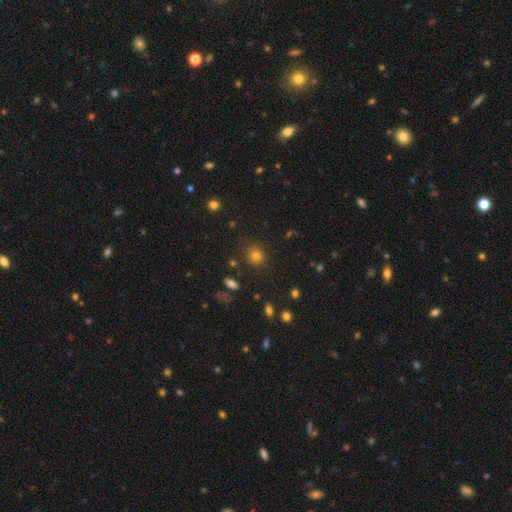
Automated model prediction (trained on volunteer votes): A smooth galaxy with no disk features (76%) that is round (83%).

Vote fractions:
- Smooth or featured? smooth: 76% / star or artifact: 18% / featured or disk: 6%
- How rounded? round: 83% / in between: 15% / cigar-shaped: 1%
- Merging? none: 85% / minor disturbance: 9% / major disturbance: 3% / merger: 3%